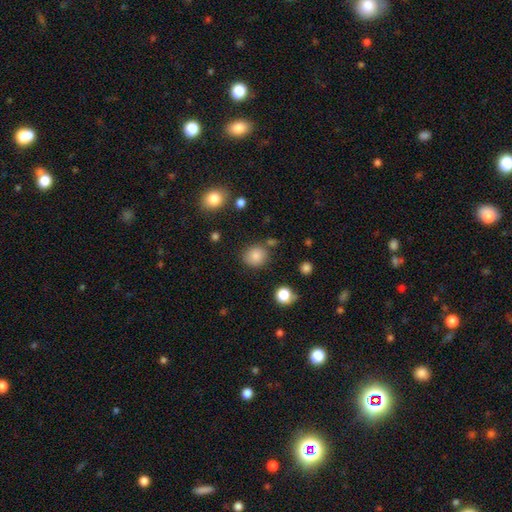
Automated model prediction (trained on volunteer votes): Overall: smooth (84%). How rounded: round (81%). Merging: none (81%).